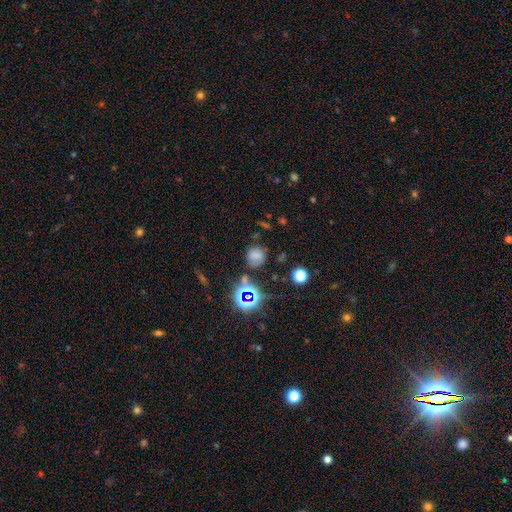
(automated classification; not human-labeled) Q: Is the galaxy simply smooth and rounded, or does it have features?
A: smooth — 63%.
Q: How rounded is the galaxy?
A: round — 79%.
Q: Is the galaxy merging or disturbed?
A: none — 73%.